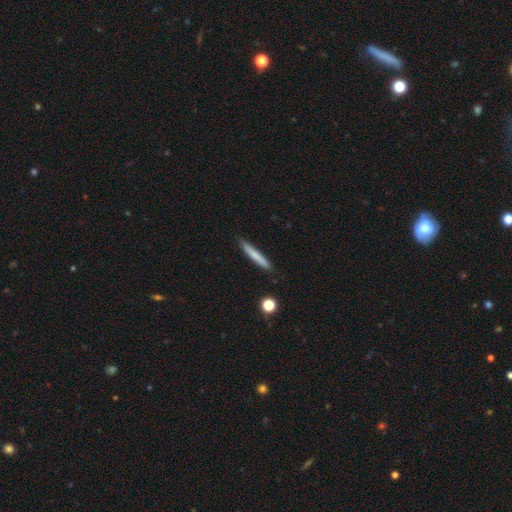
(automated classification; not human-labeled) smooth-or-featured: smooth: 74% | featured or disk: 20% | star or artifact: 6%
  how-rounded: cigar-shaped: 95% | in between: 4% | round: 1%
  merging: none: 86% | minor disturbance: 10% | major disturbance: 2% | merger: 2%